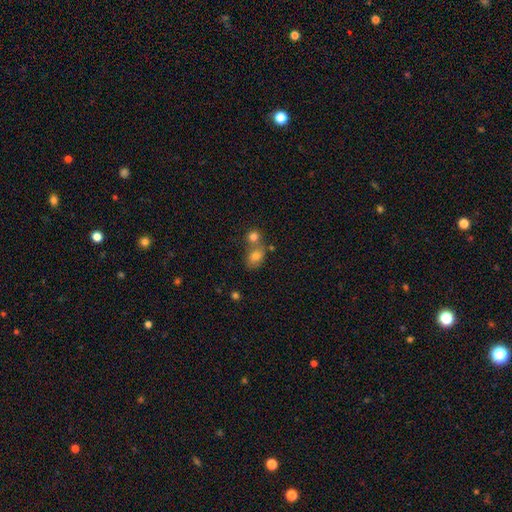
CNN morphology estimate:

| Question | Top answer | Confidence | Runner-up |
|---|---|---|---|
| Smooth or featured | smooth | 76% | star or artifact (13%) |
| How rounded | in between | 59% | round (40%) |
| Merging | none | 44% | merger (43%) |